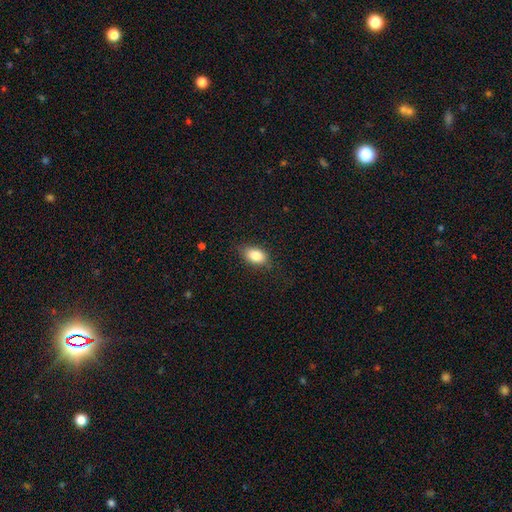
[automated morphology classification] Smooth or featured? smooth (83%)
How rounded? in between (87%)
Merging? none (80%)